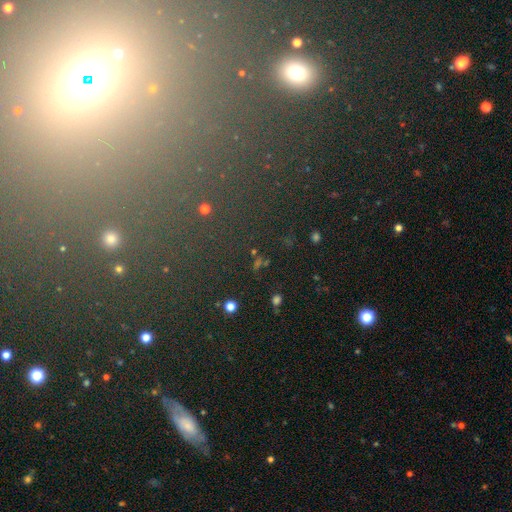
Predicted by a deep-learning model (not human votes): Smooth or featured?
  - star or artifact: 63% *
  - smooth: 23%
  - featured or disk: 14%